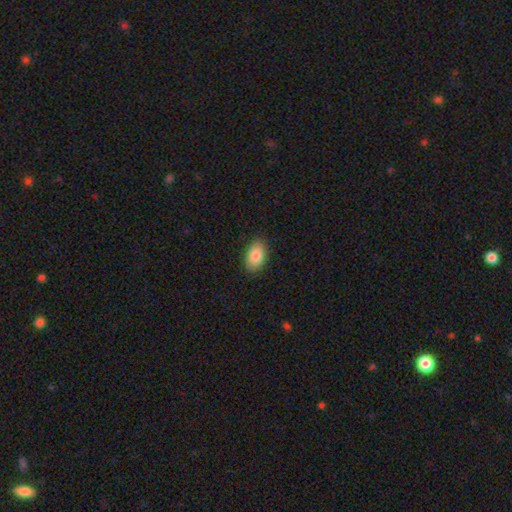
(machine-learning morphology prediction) smooth-or-featured: smooth: 85% | featured or disk: 8% | star or artifact: 7%
  how-rounded: in between: 91% | round: 7% | cigar-shaped: 1%
  merging: none: 88% | minor disturbance: 9% | major disturbance: 2% | merger: 1%